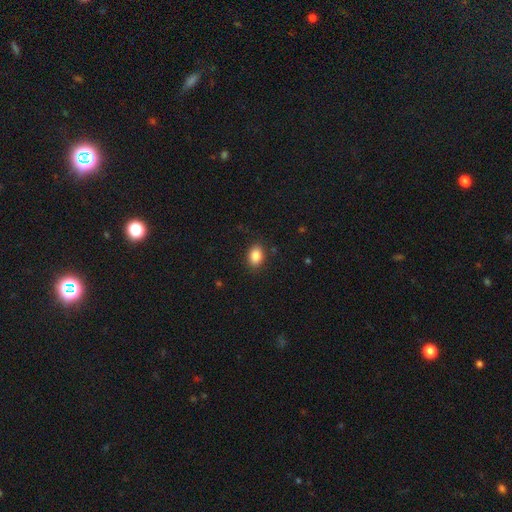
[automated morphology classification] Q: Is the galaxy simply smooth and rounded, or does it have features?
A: smooth — 86%.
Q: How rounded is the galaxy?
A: in between — 75%.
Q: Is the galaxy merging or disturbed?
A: none — 87%.